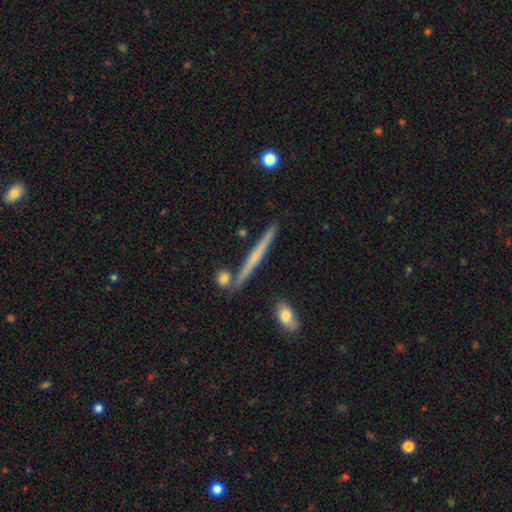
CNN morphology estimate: A featured or disk galaxy (52%) viewed edge-on (97%) with no central bulge (77%).

Vote fractions:
- Smooth or featured? featured or disk: 52% / smooth: 42% / star or artifact: 6%
- Edge-on disk? yes: 97% / no: 3%
- Edge-on bulge? none: 77% / rounded: 18% / boxy: 5%
- Merging? none: 85% / minor disturbance: 8% / merger: 5% / major disturbance: 2%